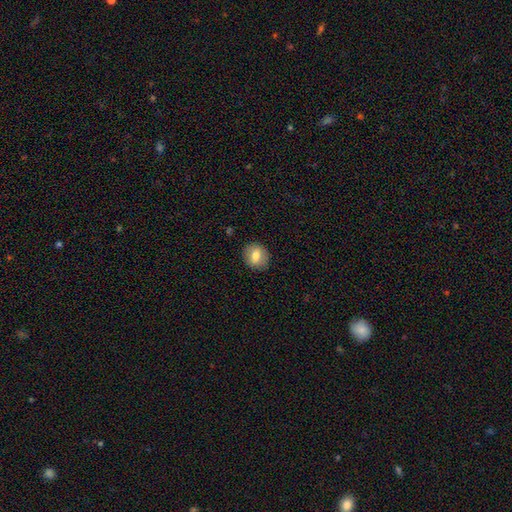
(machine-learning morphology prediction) Overall: smooth (73%). How rounded: round (70%). Merging: none (88%).